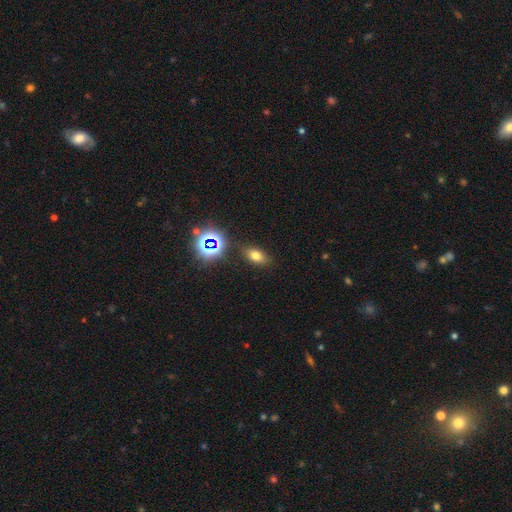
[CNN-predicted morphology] Smooth or featured?
  - smooth: 68% *
  - star or artifact: 22%
  - featured or disk: 10%
How rounded?
  - in between: 80% *
  - round: 15%
  - cigar-shaped: 4%
Merging?
  - none: 84% *
  - minor disturbance: 10%
  - major disturbance: 3%
  - merger: 3%